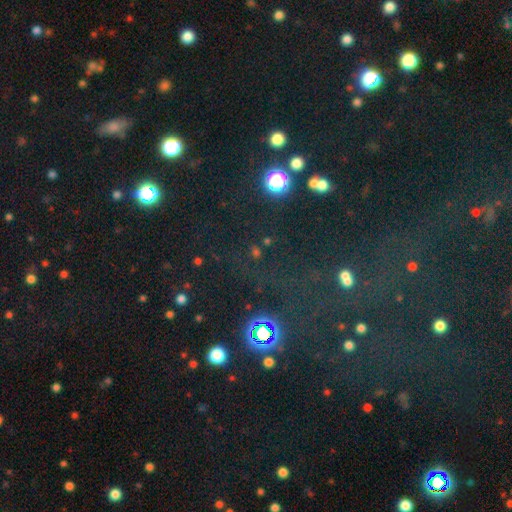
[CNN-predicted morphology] star or artifact 65%, smooth 26%, featured or disk 9%.